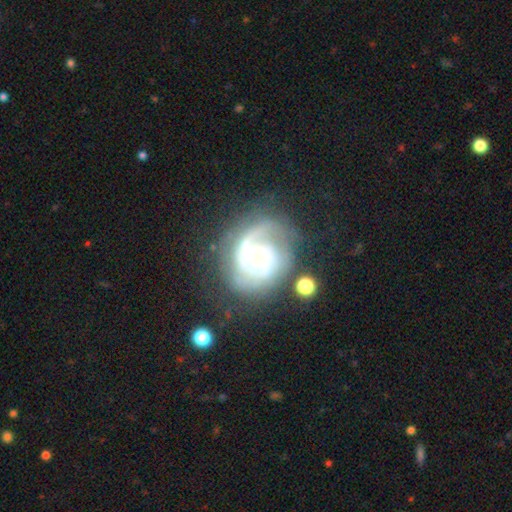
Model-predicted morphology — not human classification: featured or disk 82%, smooth 12%, star or artifact 6%. Down the decision tree: edge-on disk — no (98%); bar — no (59%); spiral arms — yes (91%); spiral arm count — 2 (46%); spiral winding — tight (46%); bulge size — small (49%); merging — none (60%).